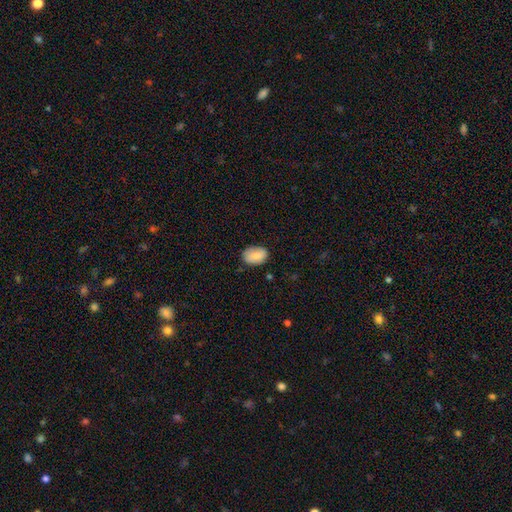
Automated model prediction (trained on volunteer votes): smooth_or_featured: smooth (p=0.81) [alt: featured or disk p=0.12]
how_rounded: in between (p=0.83) [alt: round p=0.15]
merging: none (p=0.79) [alt: minor disturbance p=0.17]